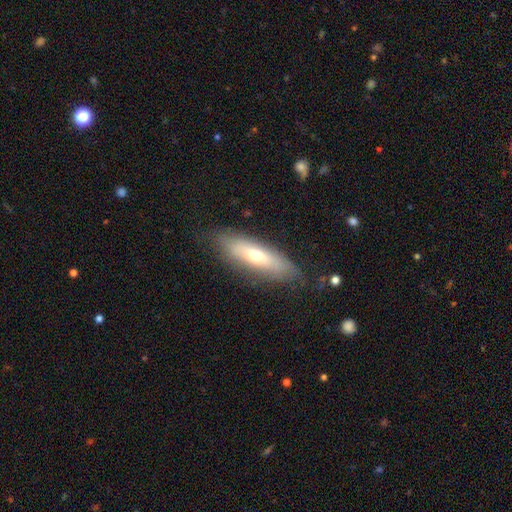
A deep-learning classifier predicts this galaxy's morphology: This is possibly a smooth galaxy (54%). How rounded: possibly cigar-shaped (50%). Merging: likely none (78%).